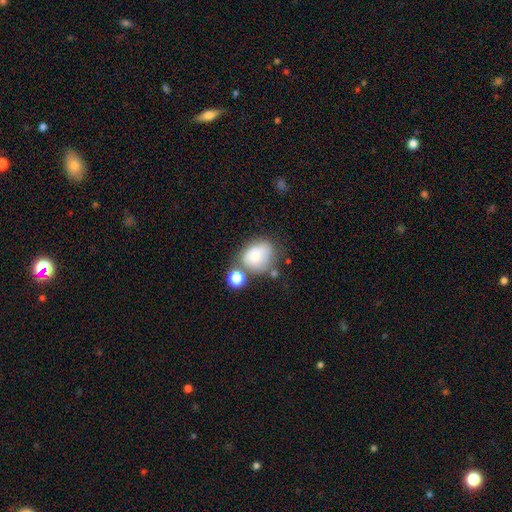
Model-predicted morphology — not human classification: Q: Smooth or featured?
A: smooth (75%); runner-up: featured or disk (16%)
Q: How rounded?
A: in between (50%); runner-up: round (48%)
Q: Merging?
A: none (39%); runner-up: merger (25%)